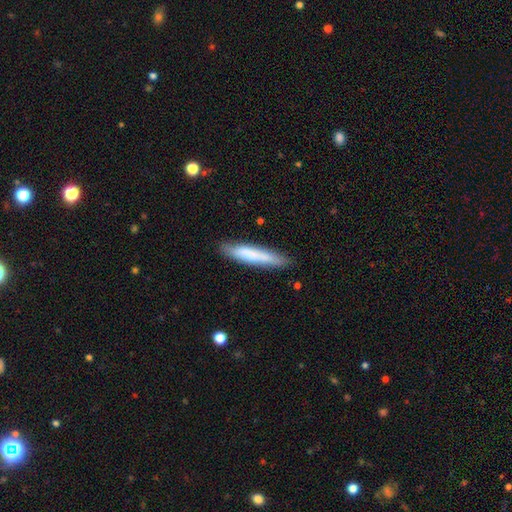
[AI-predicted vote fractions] Smooth or featured? Predicted: smooth (p=0.70). How rounded? Predicted: cigar-shaped (p=0.90). Merging? Predicted: none (p=0.82).